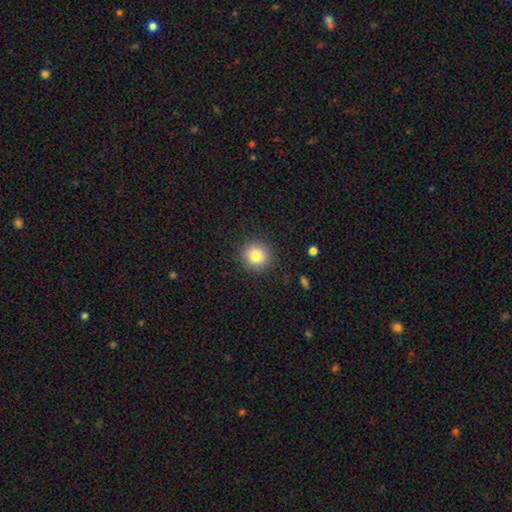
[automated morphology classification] Smooth or featured: smooth — 82% (star or artifact — 11%)
How rounded: round — 92% (in between — 7%)
Merging: none — 90% (minor disturbance — 7%)